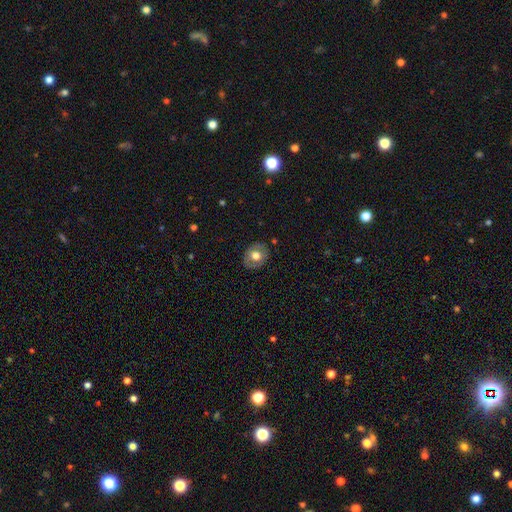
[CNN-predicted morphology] Q: Smooth or featured?
A: smooth (59%); runner-up: featured or disk (34%)
Q: How rounded?
A: round (59%); runner-up: in between (41%)
Q: Merging?
A: none (83%); runner-up: minor disturbance (12%)